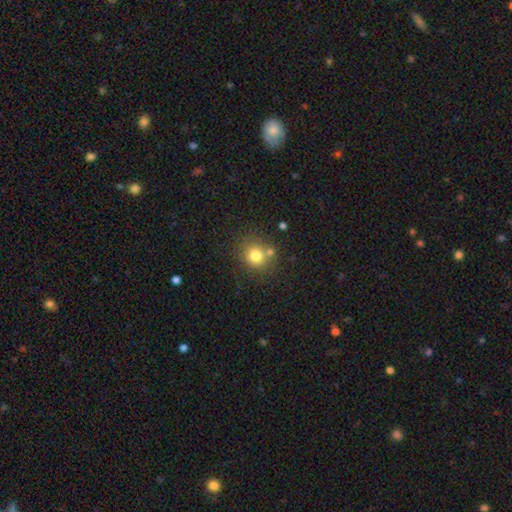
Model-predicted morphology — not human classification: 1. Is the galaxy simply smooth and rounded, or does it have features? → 77% smooth, 14% star or artifact, 9% featured or disk.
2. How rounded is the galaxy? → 86% round, 13% in between, 1% cigar-shaped.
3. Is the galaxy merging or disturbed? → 71% none, 14% merger, 11% minor disturbance, 4% major disturbance.